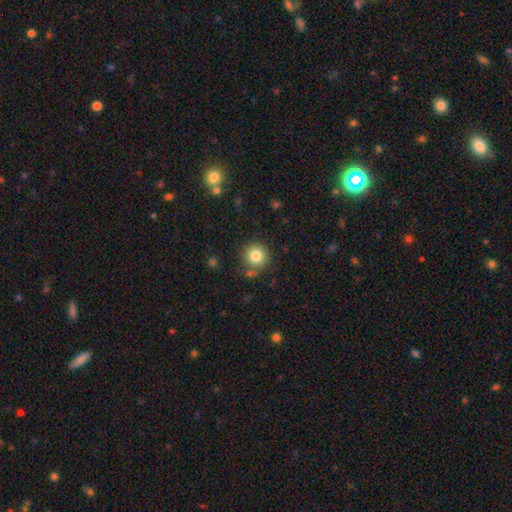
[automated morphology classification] Smooth or featured? smooth (83%)
How rounded? round (94%)
Merging? none (81%)